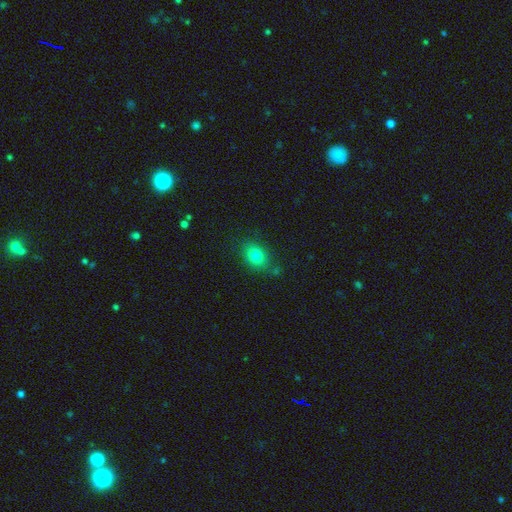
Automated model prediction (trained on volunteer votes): Overall: smooth (81%). How rounded: in between (66%; round 32%). Merging: none (77%).